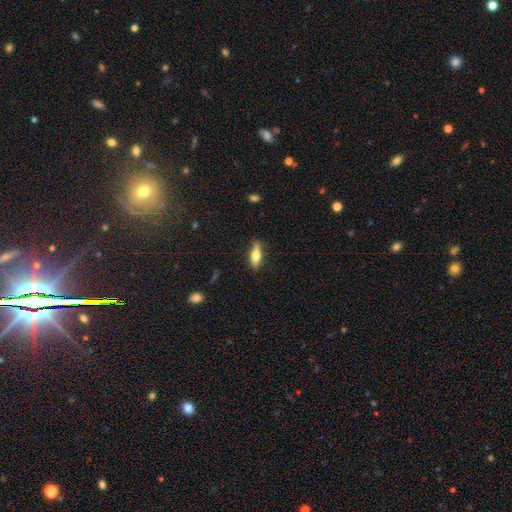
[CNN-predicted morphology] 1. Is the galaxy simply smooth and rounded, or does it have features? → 65% smooth, 28% featured or disk, 6% star or artifact.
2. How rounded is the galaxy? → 52% in between, 45% cigar-shaped, 3% round.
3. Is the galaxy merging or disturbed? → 81% none, 15% minor disturbance, 3% major disturbance, 1% merger.